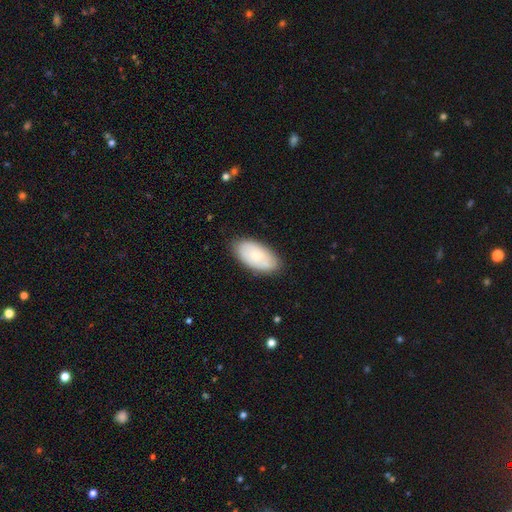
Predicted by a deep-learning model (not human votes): Smooth or featured? smooth (68%)
How rounded? in between (95%)
Merging? none (82%)